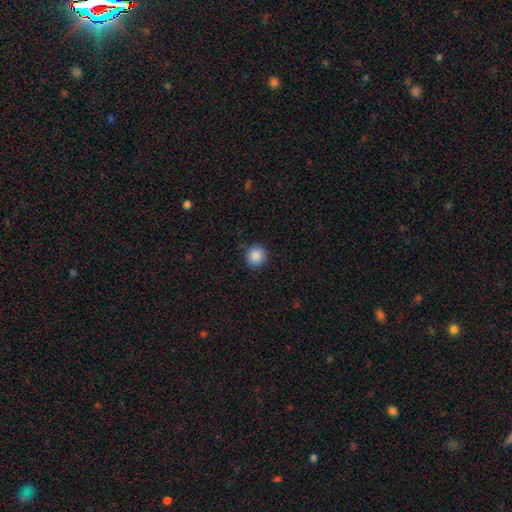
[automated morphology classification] Smooth or featured: smooth — 88% (star or artifact — 9%)
How rounded: round — 92% (in between — 7%)
Merging: none — 89% (minor disturbance — 8%)